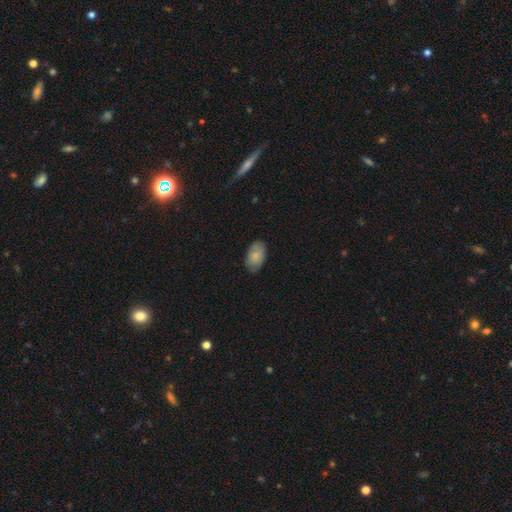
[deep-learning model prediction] A smooth galaxy with no disk features (81%) that is in between round and cigar-shaped (94%).

Vote fractions:
- Smooth or featured? smooth: 81% / featured or disk: 13% / star or artifact: 6%
- How rounded? in between: 94% / round: 5% / cigar-shaped: 1%
- Merging? none: 80% / minor disturbance: 16% / major disturbance: 3% / merger: 1%